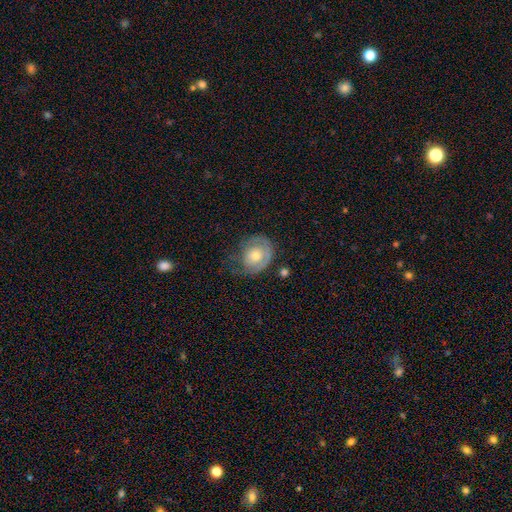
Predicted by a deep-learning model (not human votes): Q: Smooth or featured?
A: featured or disk (55%); runner-up: smooth (38%)
Q: Edge-on disk?
A: no (96%); runner-up: yes (4%)
Q: Bar?
A: no (83%); runner-up: weak (14%)
Q: Spiral arms?
A: yes (65%); runner-up: no (35%)
Q: Bulge size?
A: moderate (63%); runner-up: small (26%)
Q: Merging?
A: none (52%); runner-up: minor disturbance (27%)